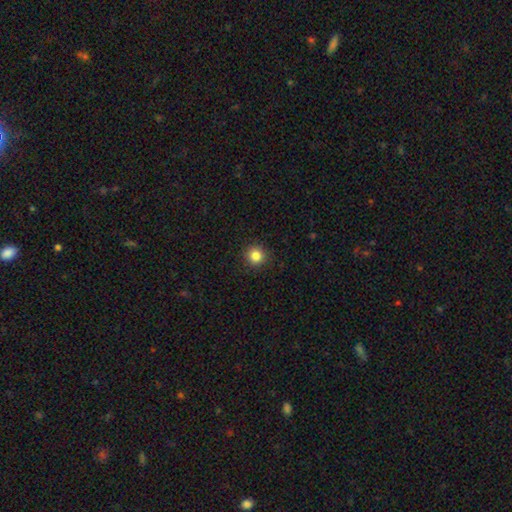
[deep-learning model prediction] Overall: smooth (84%). How rounded: round (94%). Merging: none (92%).